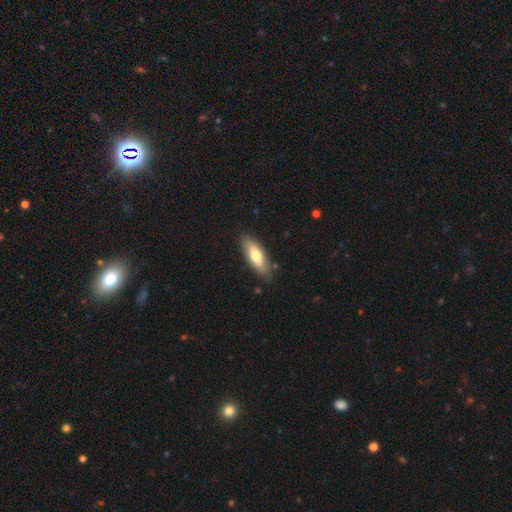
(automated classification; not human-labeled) Morphology: type=smooth (64%); roundness=in between (68%); merging=none (82%).